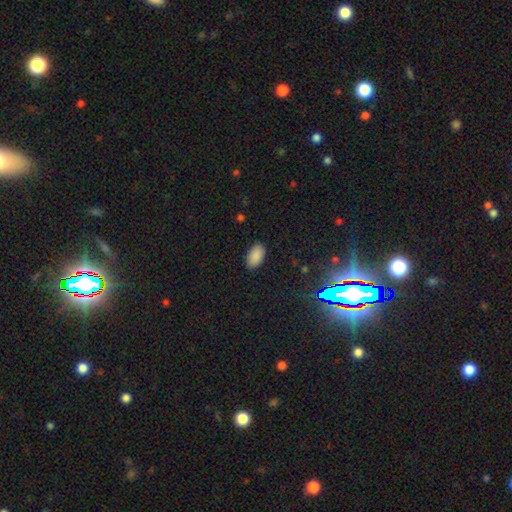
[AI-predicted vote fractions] Smooth or featured? Predicted: smooth (p=0.89). How rounded? Predicted: in between (p=0.94). Merging? Predicted: none (p=0.88).